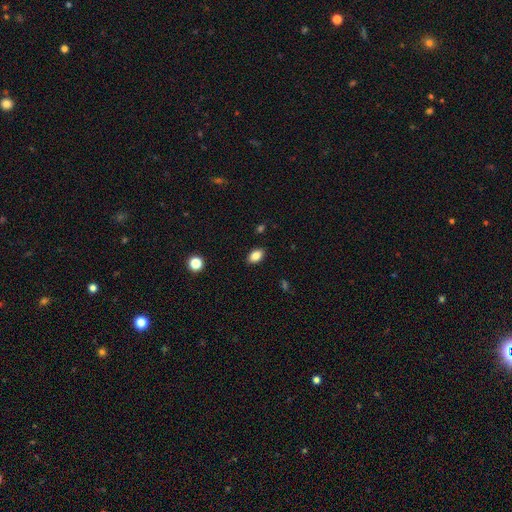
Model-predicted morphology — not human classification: A smooth galaxy with no disk features (85%) that is in between round and cigar-shaped (86%).

Vote fractions:
- Smooth or featured? smooth: 85% / star or artifact: 9% / featured or disk: 6%
- How rounded? in between: 86% / round: 13% / cigar-shaped: 2%
- Merging? none: 88% / minor disturbance: 8% / major disturbance: 2% / merger: 1%